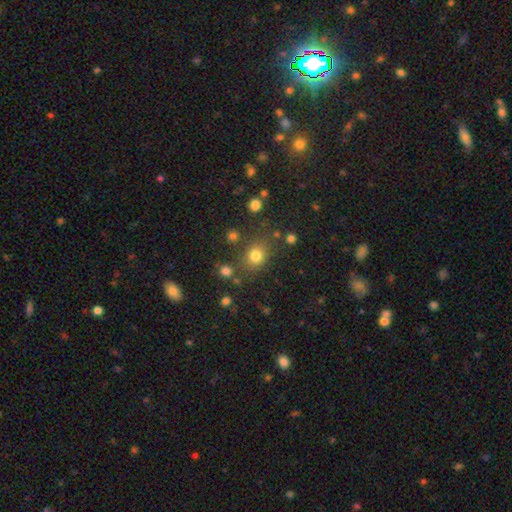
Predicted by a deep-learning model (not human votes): Smooth or featured?
  - smooth: 78% *
  - star or artifact: 15%
  - featured or disk: 7%
How rounded?
  - round: 68% *
  - in between: 31%
  - cigar-shaped: 1%
Merging?
  - none: 75% *
  - minor disturbance: 12%
  - merger: 8%
  - major disturbance: 5%